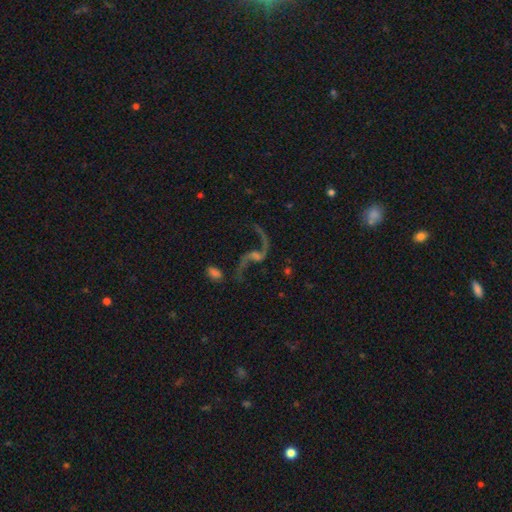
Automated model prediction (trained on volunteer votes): A featured or disk galaxy (87%) with no bar (47%), 2 (92%) loose (91%) spiral arms (95%) and a small central bulge (42%). Merging: none (63%).